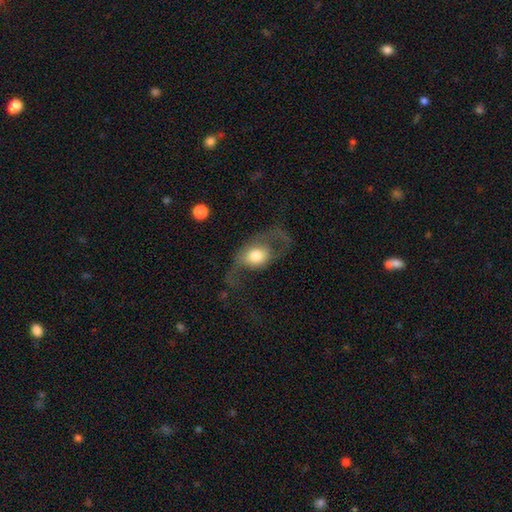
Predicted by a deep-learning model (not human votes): smooth_or_featured: smooth (p=0.47) [alt: featured or disk p=0.46]
merging: major disturbance (p=0.48) [alt: none p=0.31]